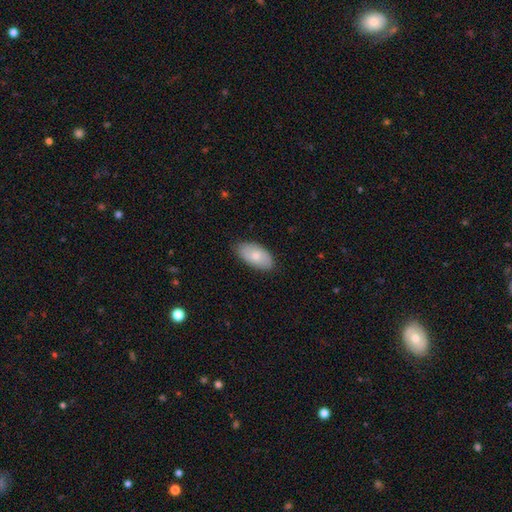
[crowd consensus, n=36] Smooth or featured? 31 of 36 (86%) said smooth. How rounded? 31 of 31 (100%) said in between. Merging? 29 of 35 (83%) said none.